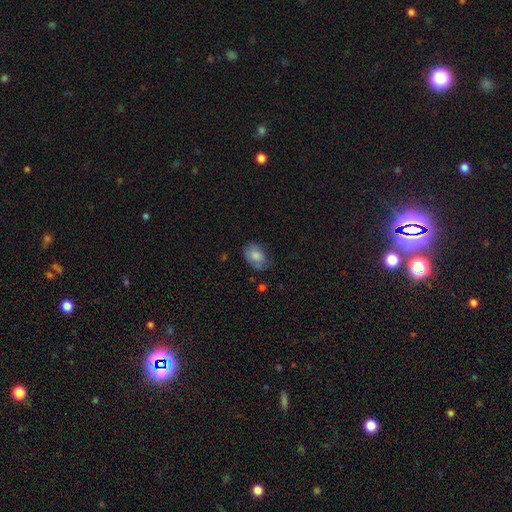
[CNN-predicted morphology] smooth_or_featured: smooth (p=0.77) [alt: featured or disk p=0.16]
how_rounded: in between (p=0.79) [alt: round p=0.20]
merging: none (p=0.58) [alt: minor disturbance p=0.31]